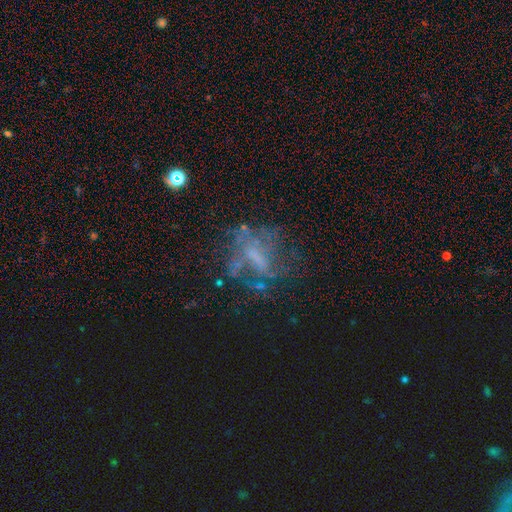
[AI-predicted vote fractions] A featured or disk galaxy (58%) with no bar (54%), no spiral arms (68%) and no central bulge (57%). Merging: none (47%).